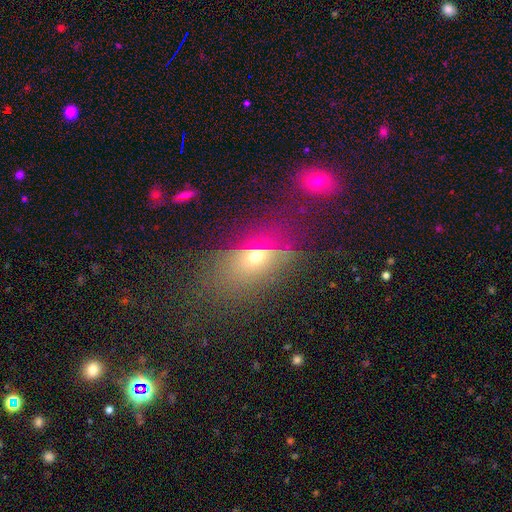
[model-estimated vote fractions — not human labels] smooth_or_featured: smooth (p=0.51) [alt: featured or disk p=0.25]
how_rounded: in between (p=0.72) [alt: round p=0.21]
merging: none (p=0.60) [alt: minor disturbance p=0.18]